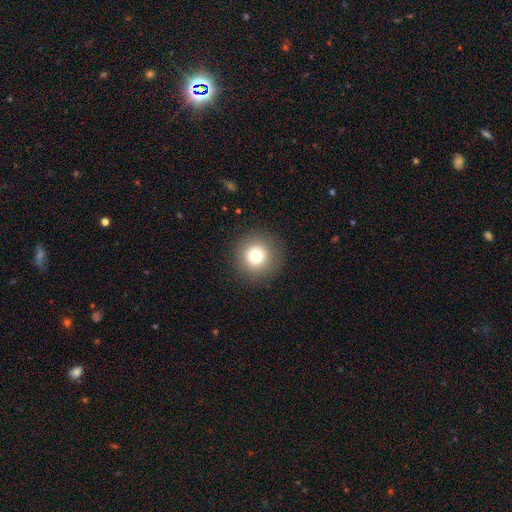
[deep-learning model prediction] Overall: smooth (77%). How rounded: round (96%). Merging: none (91%).